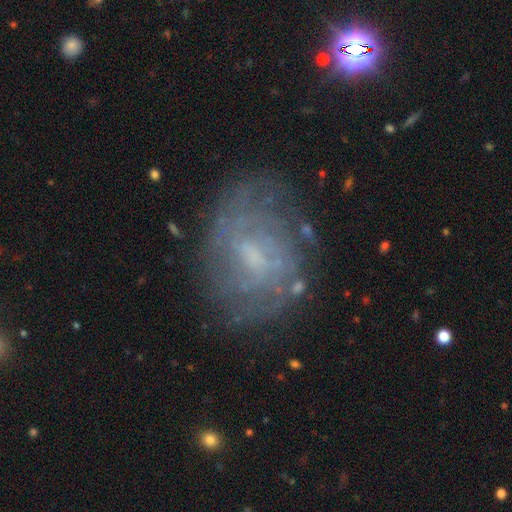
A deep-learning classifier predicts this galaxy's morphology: Smooth or featured?
  - featured or disk: 69% *
  - smooth: 20%
  - star or artifact: 11%
Edge-on disk?
  - no: 97% *
  - yes: 3%
Bar?
  - weak: 55% *
  - no: 34%
  - strong: 12%
Spiral arms?
  - yes: 74% *
  - no: 26%
Bulge size?
  - small: 45% *
  - moderate: 30%
  - none: 21%
  - large: 3%
  - dominant: 1%
Merging?
  - none: 71% *
  - minor disturbance: 17%
  - major disturbance: 10%
  - merger: 2%